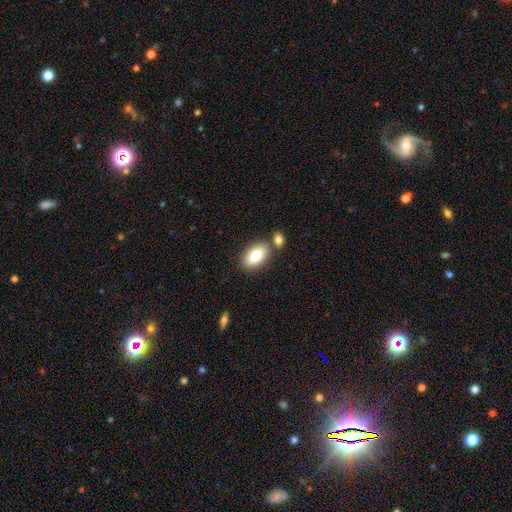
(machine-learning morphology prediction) smooth_or_featured: smooth (p=0.79) [alt: featured or disk p=0.14]
how_rounded: in between (p=0.92) [alt: round p=0.06]
merging: none (p=0.72) [alt: merger p=0.15]